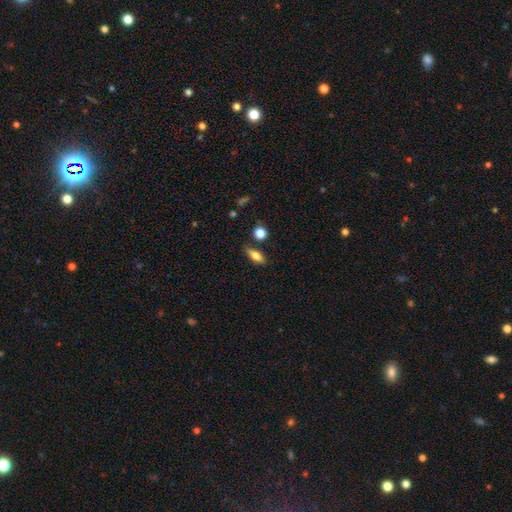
smooth_or_featured: smooth (p=0.82) [alt: featured or disk p=0.13]
how_rounded: in between (p=0.72) [alt: cigar-shaped p=0.19]
merging: none (p=0.73) [alt: minor disturbance p=0.16]